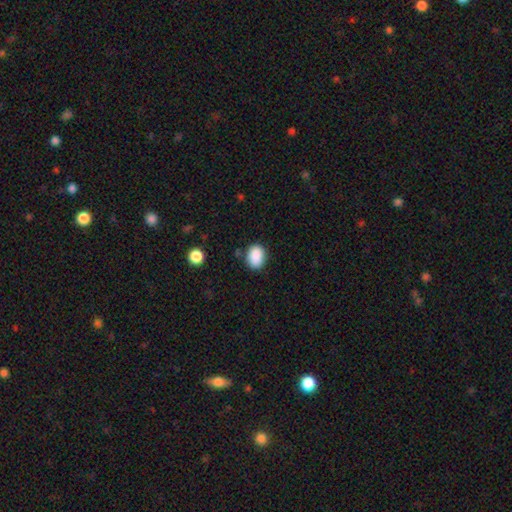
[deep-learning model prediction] Smooth or featured: smooth — 89% (star or artifact — 8%)
How rounded: in between — 69% (round — 30%)
Merging: none — 82% (minor disturbance — 13%)